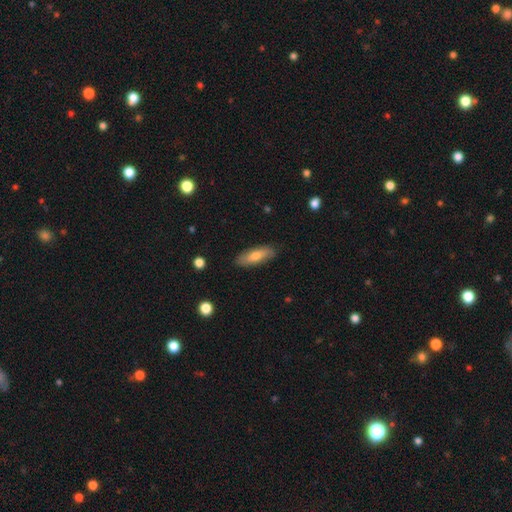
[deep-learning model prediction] Morphology: type=smooth (69%); roundness=in between (55%); merging=none (84%).